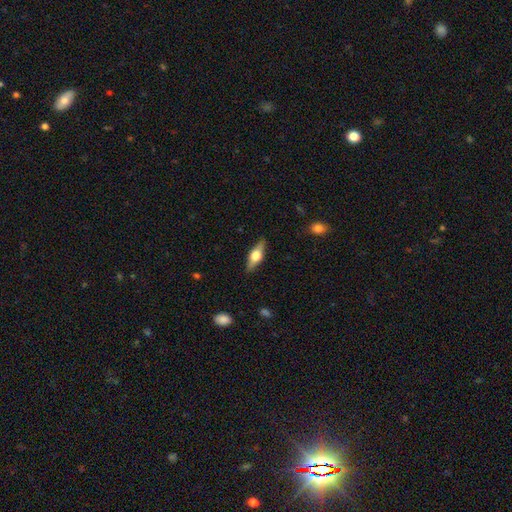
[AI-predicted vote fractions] smooth_or_featured: featured or disk (p=0.56) [alt: smooth p=0.38]
disk_edge_on: yes (p=0.94) [alt: no p=0.06]
edge_on_bulge: rounded (p=0.93) [alt: boxy p=0.05]
merging: none (p=0.87) [alt: minor disturbance p=0.10]